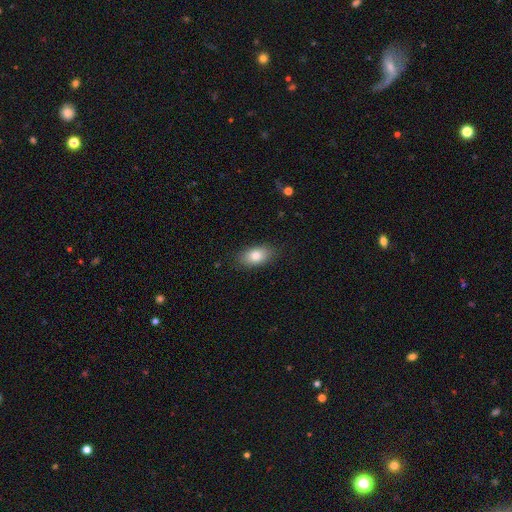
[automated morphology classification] Overall: smooth (82%). How rounded: in between (90%). Merging: none (85%).